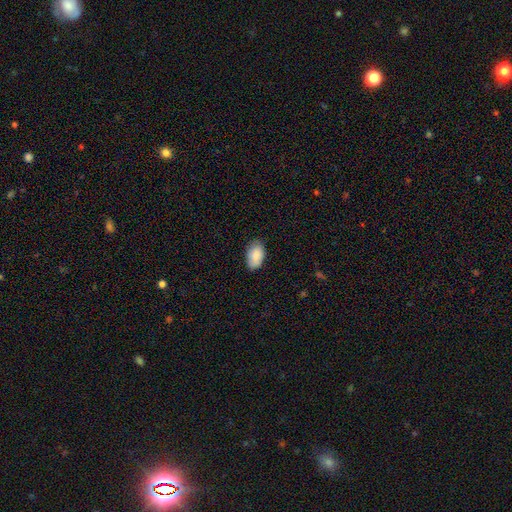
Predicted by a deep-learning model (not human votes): This is clearly a smooth galaxy (86%). How rounded: clearly in between (94%). Merging: likely none (80%).